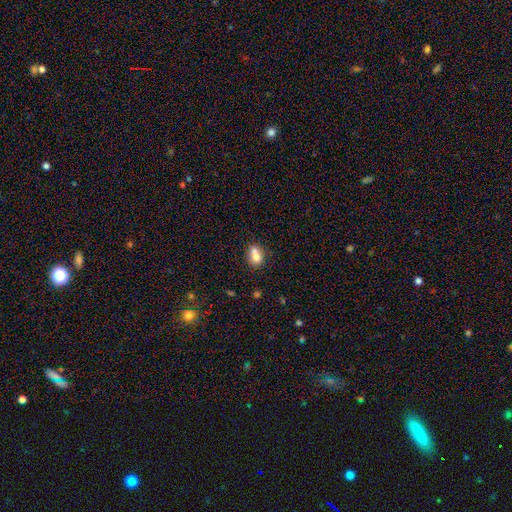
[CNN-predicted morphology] Smooth or featured? smooth (72%)
How rounded? in between (53%)
Merging? merger (51%)